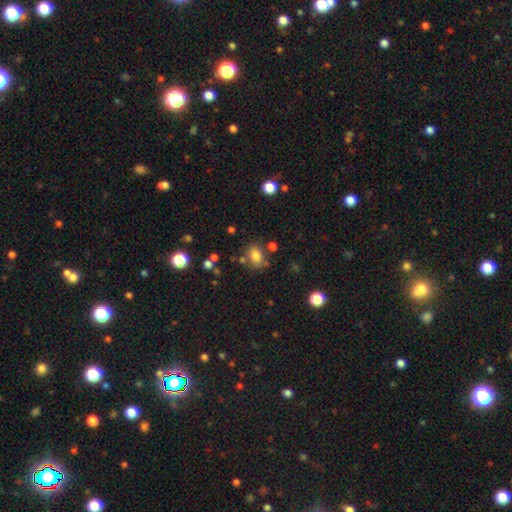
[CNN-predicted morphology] A smooth galaxy with no disk features (80%) that is in between round and cigar-shaped (66%).

Vote fractions:
- Smooth or featured? smooth: 80% / star or artifact: 12% / featured or disk: 8%
- How rounded? in between: 66% / round: 33% / cigar-shaped: 1%
- Merging? none: 71% / minor disturbance: 15% / merger: 9% / major disturbance: 5%